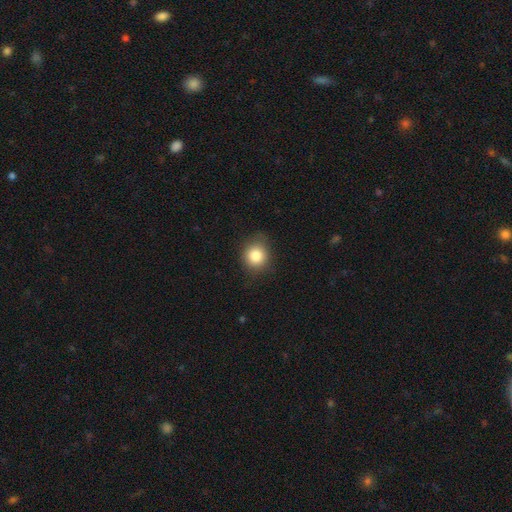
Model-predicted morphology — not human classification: This appears to be a smooth galaxy with no disk features (83%) that is round (79%). Merging: none (80%).